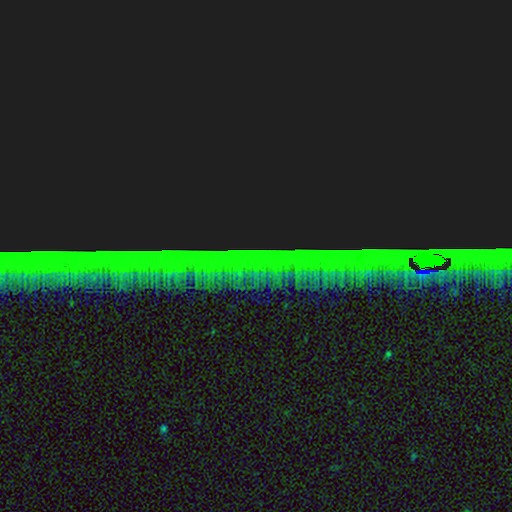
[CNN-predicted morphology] This appears to be a star or artifact, not a galaxy (85%).